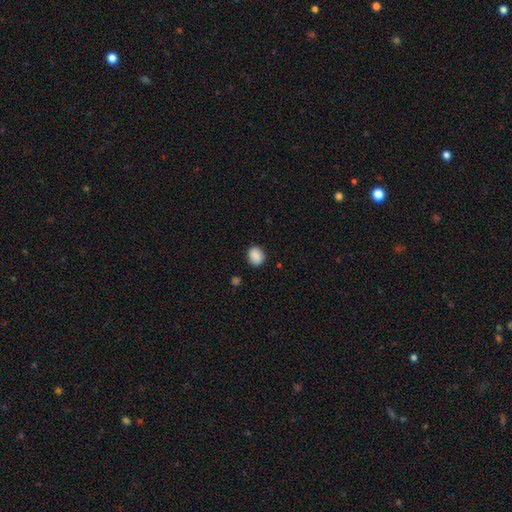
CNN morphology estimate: smooth-or-featured: smooth: 87% | star or artifact: 8% | featured or disk: 5%
  how-rounded: round: 63% | in between: 36% | cigar-shaped: 1%
  merging: none: 84% | minor disturbance: 12% | major disturbance: 3% | merger: 2%